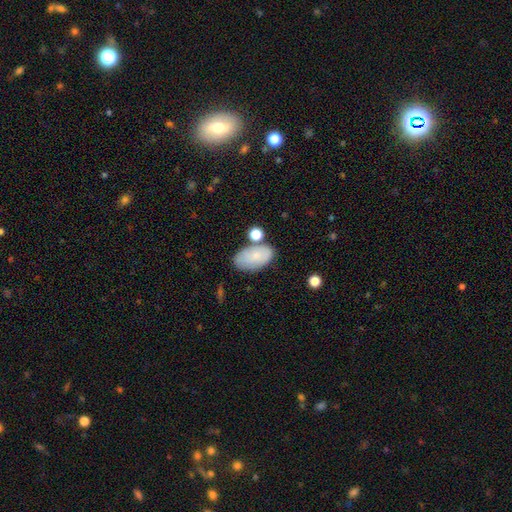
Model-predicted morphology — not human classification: smooth_or_featured: smooth (p=0.77) [alt: featured or disk p=0.15]
how_rounded: in between (p=0.94) [alt: round p=0.04]
merging: none (p=0.64) [alt: minor disturbance p=0.19]